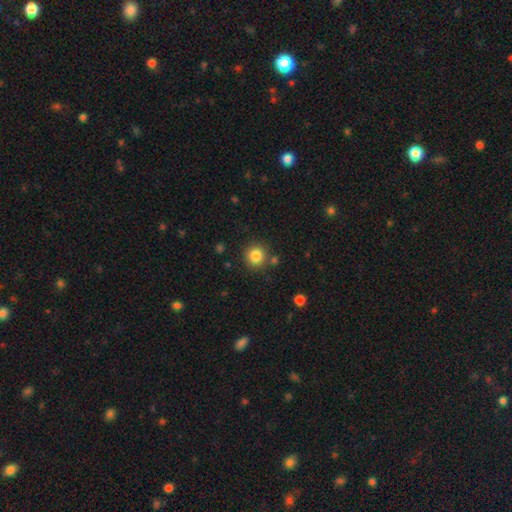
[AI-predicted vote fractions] Smooth or featured? smooth (84%)
How rounded? round (91%)
Merging? none (83%)